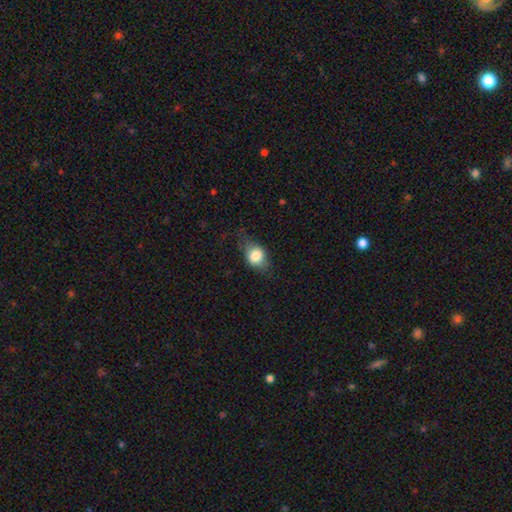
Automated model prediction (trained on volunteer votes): Morphology: type=smooth (73%); roundness=in between (63%); merging=none (59%).